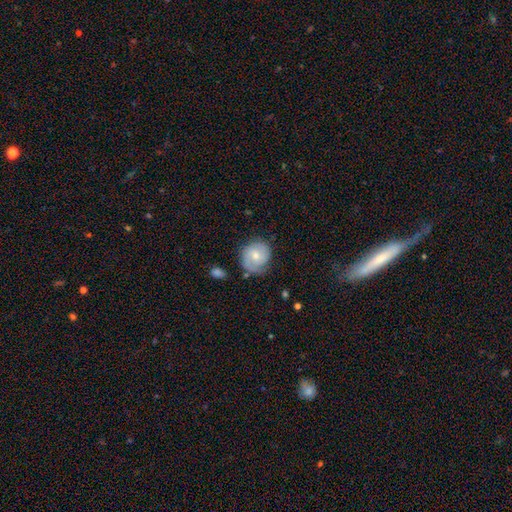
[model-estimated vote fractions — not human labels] featured or disk 52%, smooth 41%, star or artifact 7%. Down the decision tree: edge-on disk — no (97%); bar — no (66%); spiral arms — yes (83%); bulge size — moderate (51%); merging — none (69%).